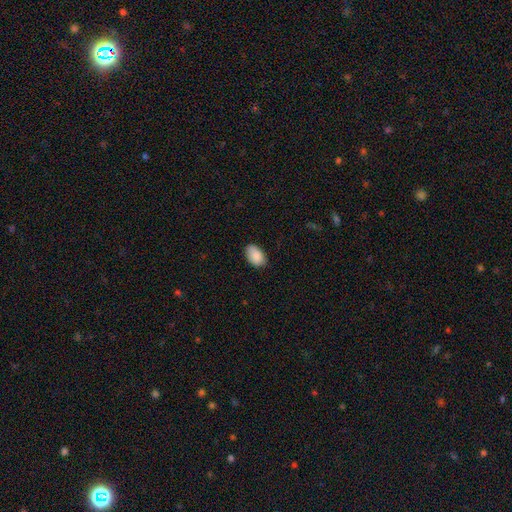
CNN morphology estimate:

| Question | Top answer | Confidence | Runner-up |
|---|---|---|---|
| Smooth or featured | smooth | 89% | star or artifact (7%) |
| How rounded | in between | 91% | round (8%) |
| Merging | none | 81% | minor disturbance (16%) |